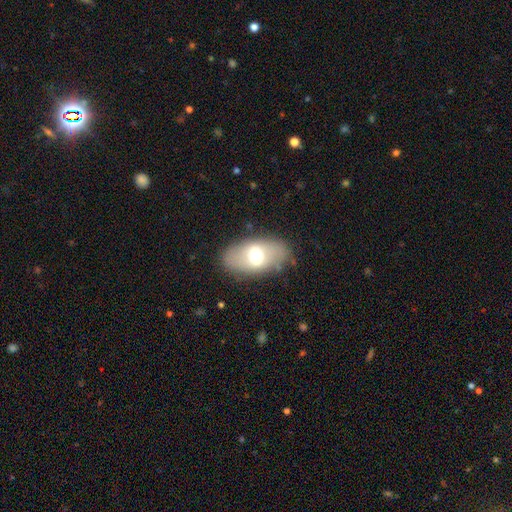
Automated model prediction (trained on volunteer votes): Smooth or featured?
  - smooth: 56% *
  - featured or disk: 37%
  - star or artifact: 8%
How rounded?
  - in between: 90% *
  - round: 7%
  - cigar-shaped: 3%
Merging?
  - none: 81% *
  - minor disturbance: 12%
  - major disturbance: 5%
  - merger: 1%